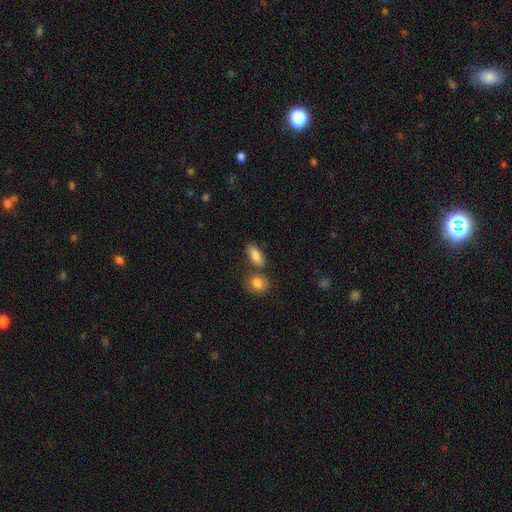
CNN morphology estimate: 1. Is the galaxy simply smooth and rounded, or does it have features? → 83% smooth, 10% featured or disk, 7% star or artifact.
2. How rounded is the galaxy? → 82% in between, 13% cigar-shaped, 5% round.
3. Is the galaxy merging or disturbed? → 66% none, 18% merger, 13% minor disturbance, 3% major disturbance.